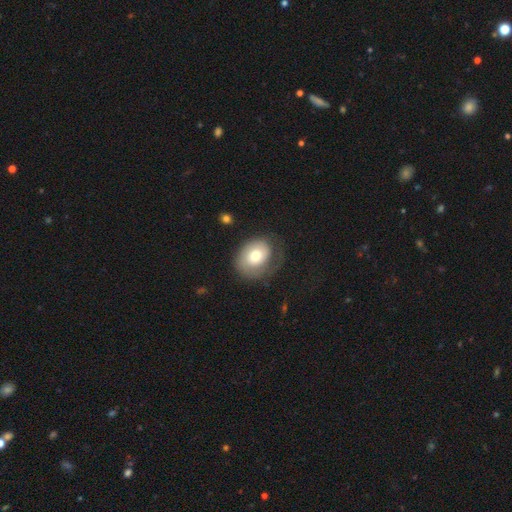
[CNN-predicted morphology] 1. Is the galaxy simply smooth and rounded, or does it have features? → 59% smooth, 34% featured or disk, 7% star or artifact.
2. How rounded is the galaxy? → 54% in between, 45% round, 1% cigar-shaped.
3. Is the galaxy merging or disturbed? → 51% none, 25% minor disturbance, 22% major disturbance, 2% merger.